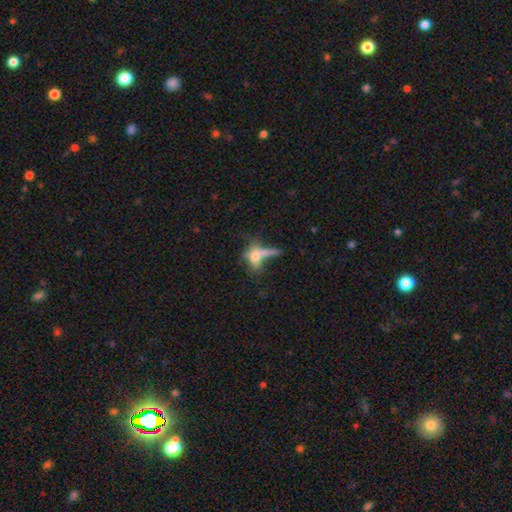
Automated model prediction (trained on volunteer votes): Smooth or featured? Predicted: smooth (p=0.54). How rounded? Predicted: in between (p=0.49). Merging? Predicted: none (p=0.39).